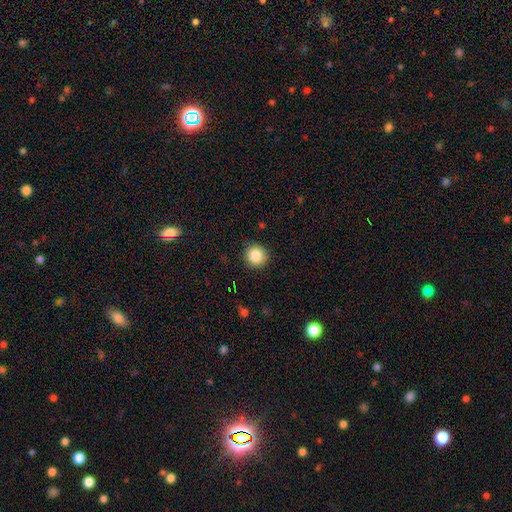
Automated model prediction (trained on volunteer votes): A smooth galaxy with no disk features (86%) that is round (94%). Merging: none (90%).